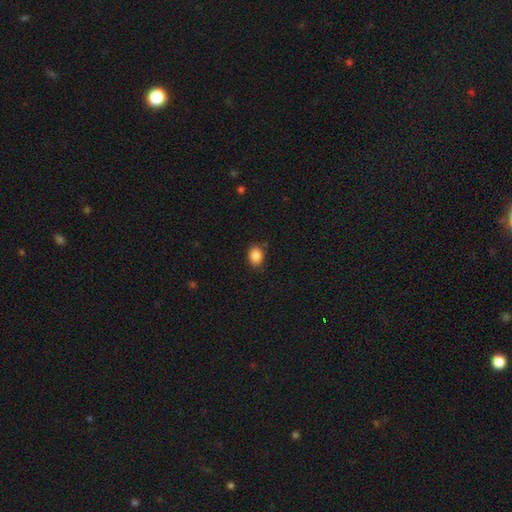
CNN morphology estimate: This appears to be a smooth galaxy with no disk features (86%) that is in between round and cigar-shaped (63%). Merging: none (82%).